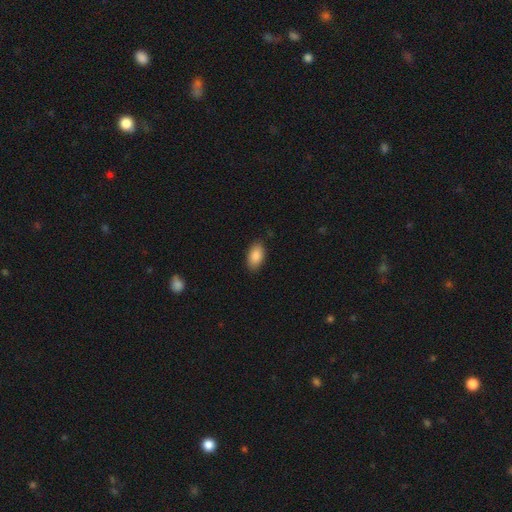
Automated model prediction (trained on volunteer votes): This appears to be a smooth galaxy with no disk features (88%) that is in between round and cigar-shaped (94%). Merging: none (87%).